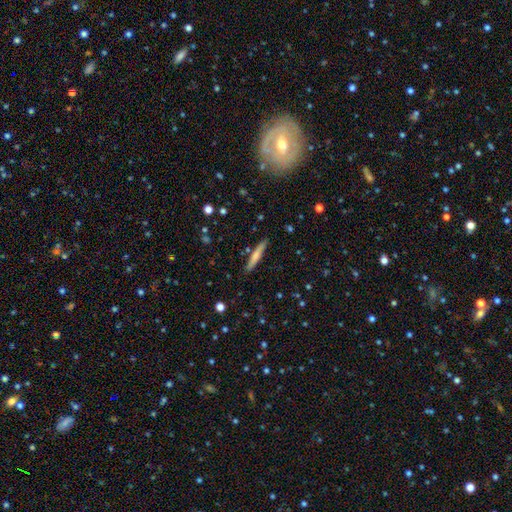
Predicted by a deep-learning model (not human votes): This is likely a smooth galaxy (65%). How rounded: clearly cigar-shaped (94%). Merging: clearly none (87%).